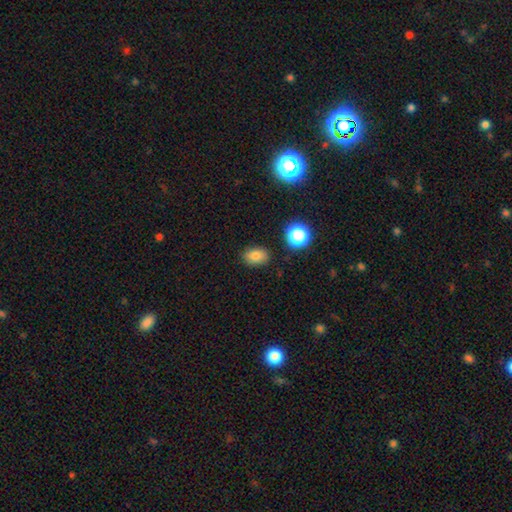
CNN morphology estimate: A smooth galaxy with no disk features (80%) that is in between round and cigar-shaped (73%).

Vote fractions:
- Smooth or featured? smooth: 80% / star or artifact: 12% / featured or disk: 7%
- How rounded? in between: 73% / round: 26% / cigar-shaped: 1%
- Merging? none: 84% / minor disturbance: 11% / major disturbance: 3% / merger: 2%